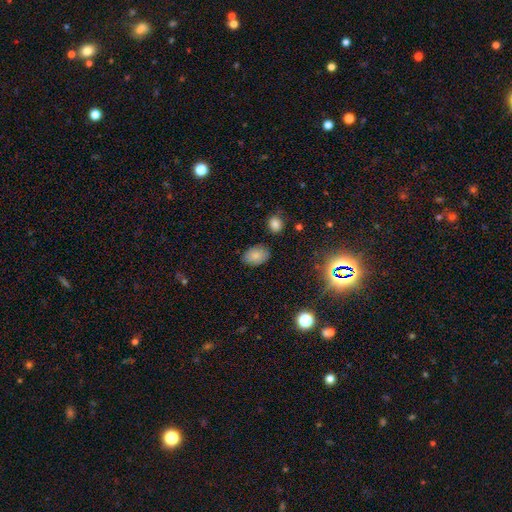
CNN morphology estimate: smooth 82%, star or artifact 10%, featured or disk 8%. Down the decision tree: how rounded — in between (84%); merging — none (83%).